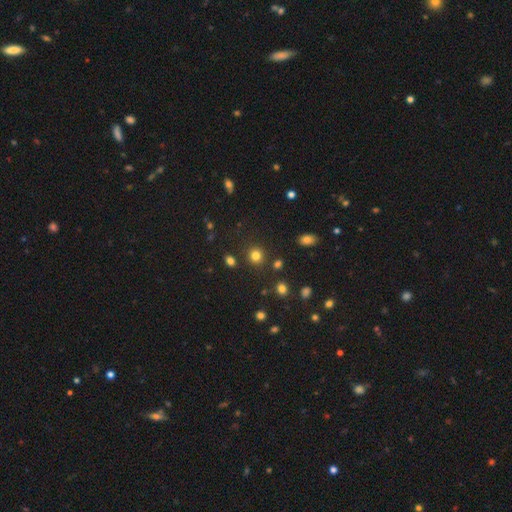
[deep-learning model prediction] A smooth galaxy with no disk features (80%) that is round (87%).

Vote fractions:
- Smooth or featured? smooth: 80% / star or artifact: 15% / featured or disk: 6%
- How rounded? round: 87% / in between: 12% / cigar-shaped: 1%
- Merging? none: 85% / minor disturbance: 7% / merger: 5% / major disturbance: 3%